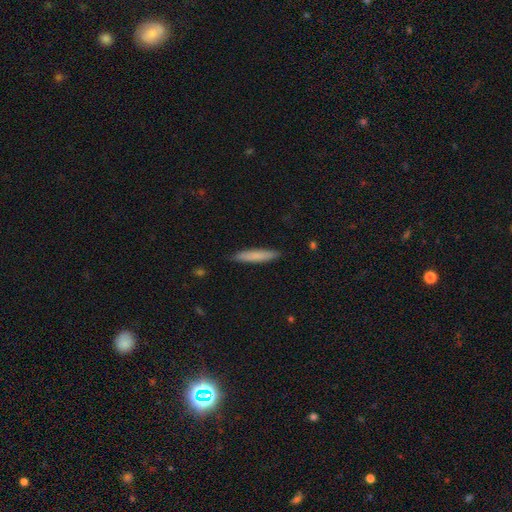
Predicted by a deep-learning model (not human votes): smooth 79%, featured or disk 16%, star or artifact 5%. Down the decision tree: how rounded — cigar-shaped (93%); merging — none (90%).